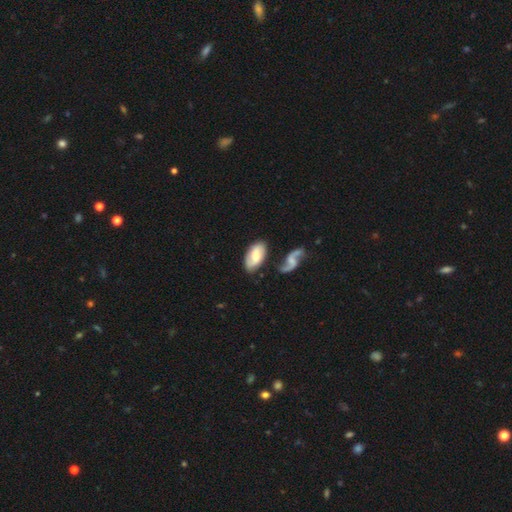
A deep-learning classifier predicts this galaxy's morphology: Overall: smooth (52%; featured or disk 41%). How rounded: in between (94%). Merging: none (60%; minor disturbance 22%).